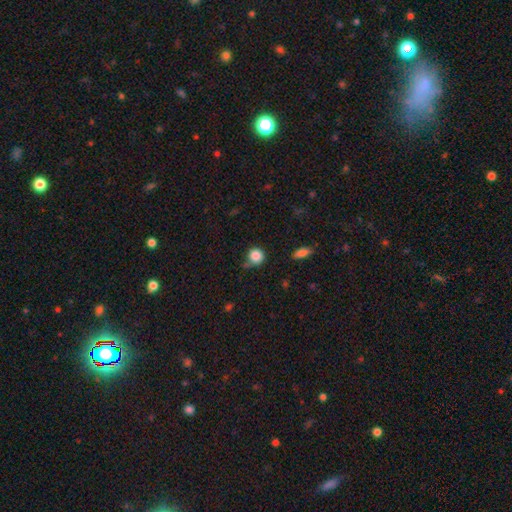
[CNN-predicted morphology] The model was most divided on "merging": none: 60%, minor disturbance: 26%, major disturbance: 8%, merger: 7%. More confident: how rounded — round (89%); smooth or featured — smooth (85%).